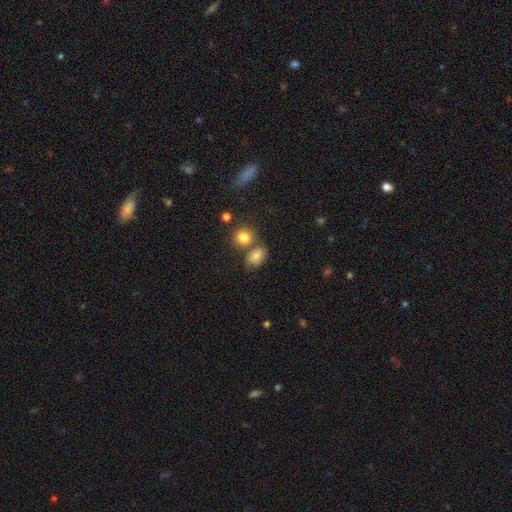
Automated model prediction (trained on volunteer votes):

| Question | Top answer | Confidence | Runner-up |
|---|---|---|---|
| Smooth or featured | smooth | 64% | featured or disk (22%) |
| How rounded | in between | 59% | round (39%) |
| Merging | none | 57% | merger (22%) |